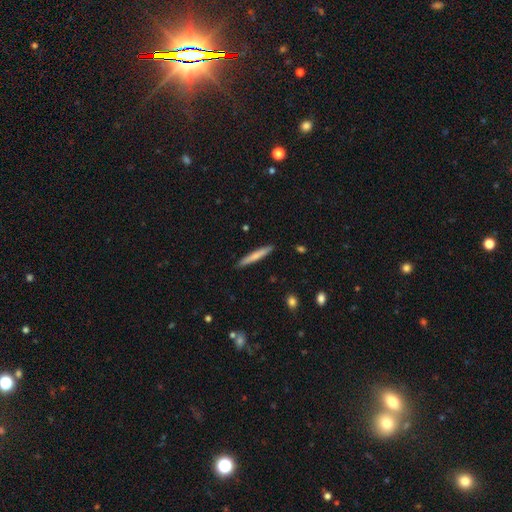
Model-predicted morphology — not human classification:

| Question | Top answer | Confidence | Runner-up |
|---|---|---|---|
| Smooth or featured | smooth | 67% | featured or disk (27%) |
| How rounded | cigar-shaped | 95% | in between (3%) |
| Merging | none | 90% | minor disturbance (8%) |